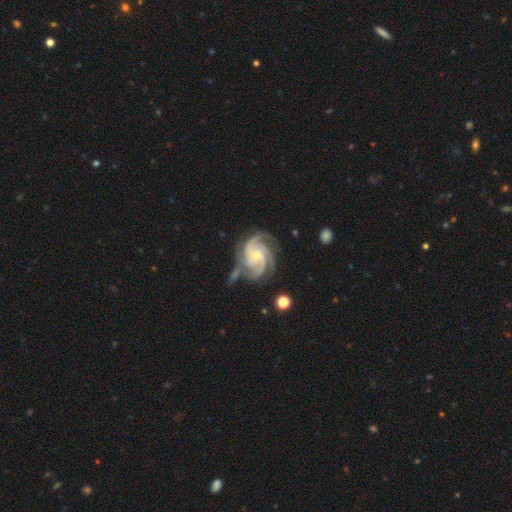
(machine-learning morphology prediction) Q: Smooth or featured?
A: featured or disk (92%); runner-up: star or artifact (4%)
Q: Edge-on disk?
A: no (98%); runner-up: yes (2%)
Q: Bar?
A: no (64%); runner-up: weak (28%)
Q: Spiral arms?
A: yes (98%); runner-up: no (2%)
Q: Spiral winding?
A: tight (51%); runner-up: medium (42%)
Q: Spiral arm count?
A: 3 (45%); runner-up: 4 (28%)
Q: Bulge size?
A: small (65%); runner-up: moderate (31%)
Q: Merging?
A: none (61%); runner-up: minor disturbance (21%)